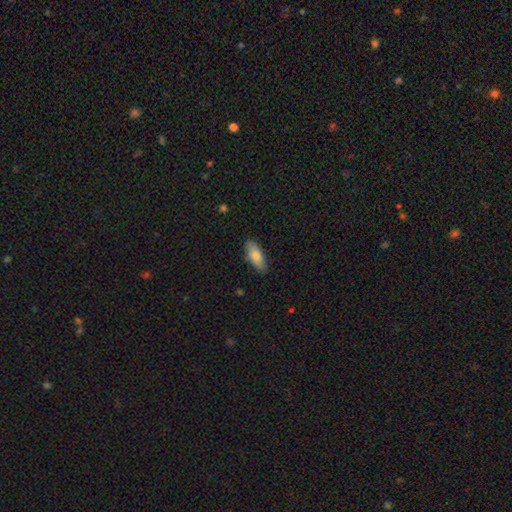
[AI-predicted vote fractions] Smooth or featured? smooth (81%)
How rounded? in between (79%)
Merging? none (85%)